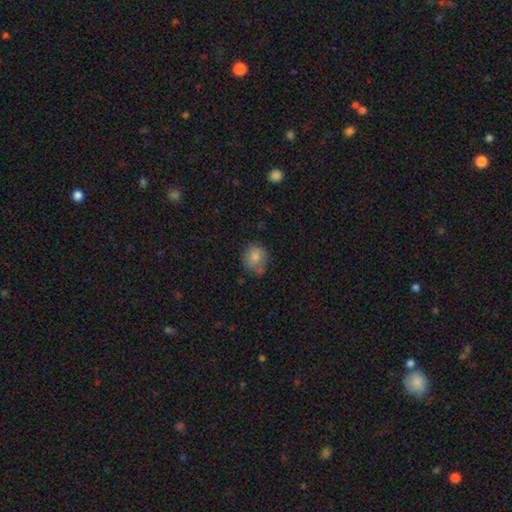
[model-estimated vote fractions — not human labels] smooth-or-featured: smooth: 80% | featured or disk: 10% | star or artifact: 10%
  how-rounded: round: 77% | in between: 22% | cigar-shaped: 1%
  merging: none: 70% | minor disturbance: 20% | merger: 5% | major disturbance: 5%